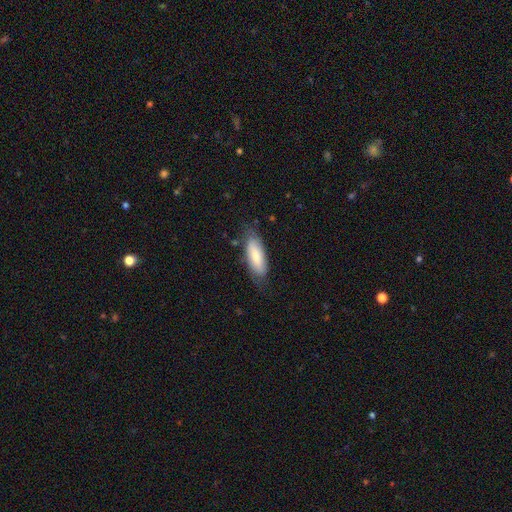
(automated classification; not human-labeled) This is likely a smooth galaxy (76%). How rounded: likely in between (68%). Merging: likely none (71%).